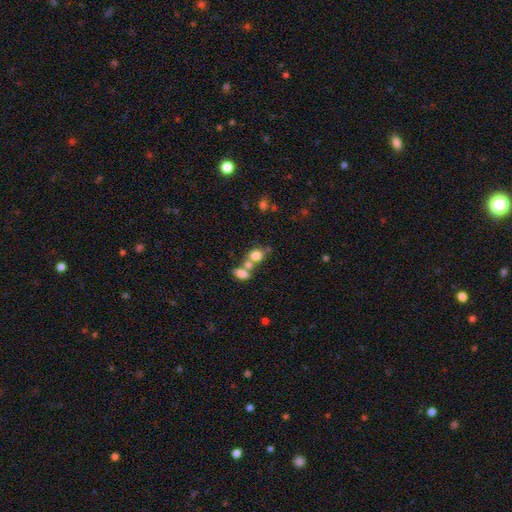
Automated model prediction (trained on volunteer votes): A smooth galaxy with no disk features (78%) that is in between round and cigar-shaped (51%).

Vote fractions:
- Smooth or featured? smooth: 78% / featured or disk: 11% / star or artifact: 11%
- How rounded? in between: 51% / round: 47% / cigar-shaped: 2%
- Merging? merger: 48% / none: 38% / minor disturbance: 10% / major disturbance: 5%